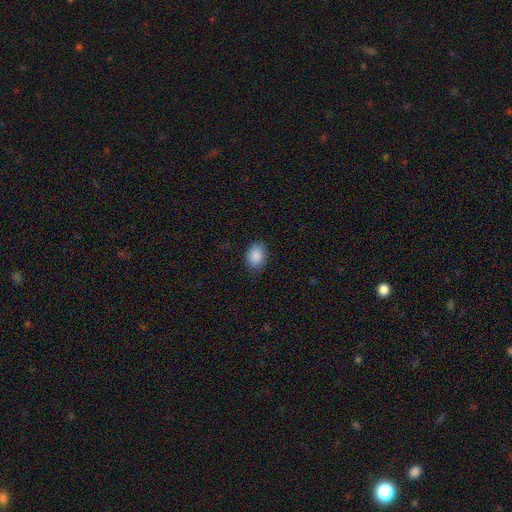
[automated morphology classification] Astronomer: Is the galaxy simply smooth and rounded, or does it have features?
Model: smooth — 88%.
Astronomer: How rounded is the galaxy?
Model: in between — 70%.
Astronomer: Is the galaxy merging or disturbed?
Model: none — 81%.